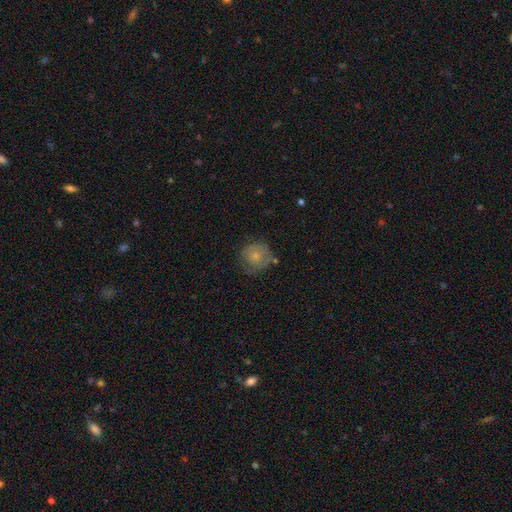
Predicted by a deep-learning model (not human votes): Smooth or featured: smooth — 62% (featured or disk — 30%)
How rounded: round — 88% (in between — 11%)
Merging: none — 61% (minor disturbance — 25%)